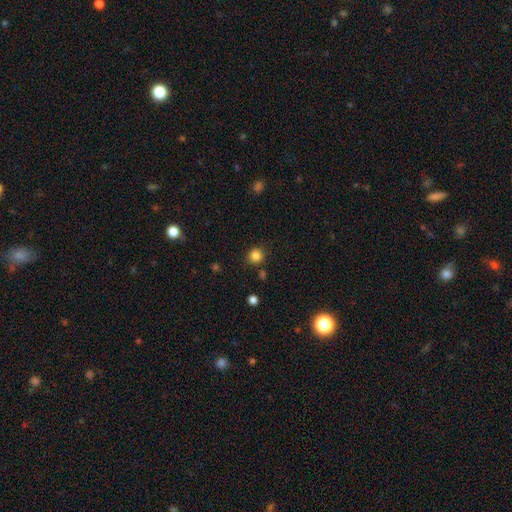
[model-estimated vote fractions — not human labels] Morphology: type=smooth (83%); roundness=round (91%); merging=none (85%).